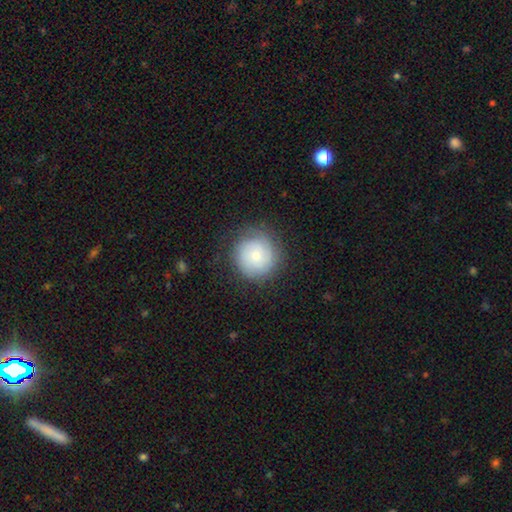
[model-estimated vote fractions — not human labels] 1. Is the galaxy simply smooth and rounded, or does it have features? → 62% smooth, 30% featured or disk, 8% star or artifact.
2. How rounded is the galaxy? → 93% round, 6% in between, 1% cigar-shaped.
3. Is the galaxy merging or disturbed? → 77% none, 16% minor disturbance, 6% major disturbance, 1% merger.